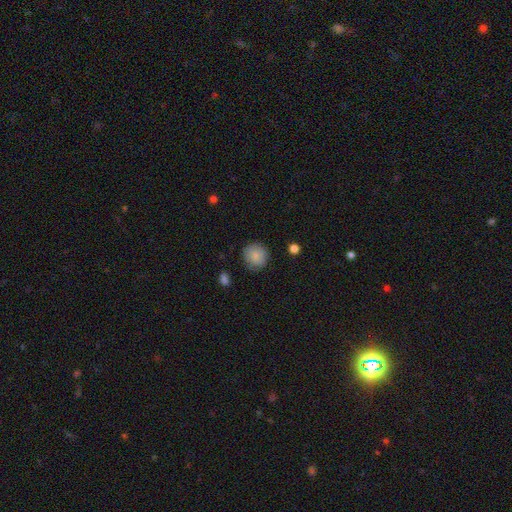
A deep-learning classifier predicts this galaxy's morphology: This appears to be a smooth galaxy with no disk features (84%) that is round (91%). Merging: none (83%).